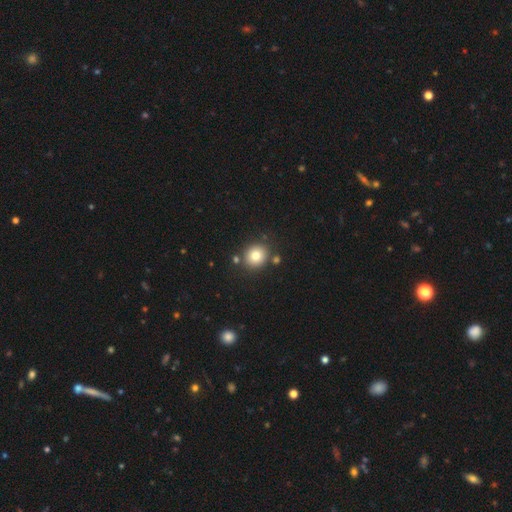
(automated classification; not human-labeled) Overall: smooth (80%). How rounded: round (83%). Merging: none (81%).